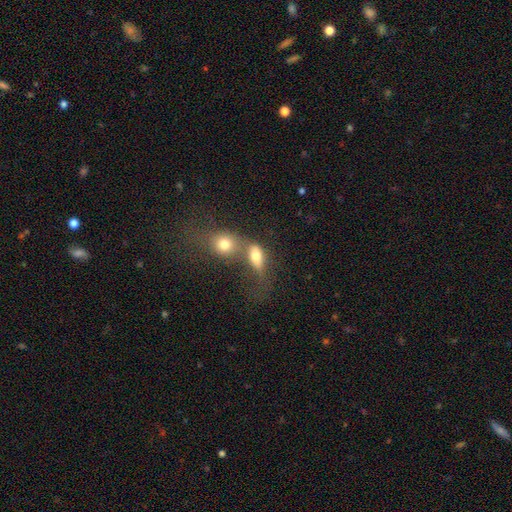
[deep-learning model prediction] smooth-or-featured: smooth: 72% | featured or disk: 17% | star or artifact: 11%
  how-rounded: in between: 72% | round: 20% | cigar-shaped: 7%
  merging: merger: 62% | none: 20% | major disturbance: 10% | minor disturbance: 8%